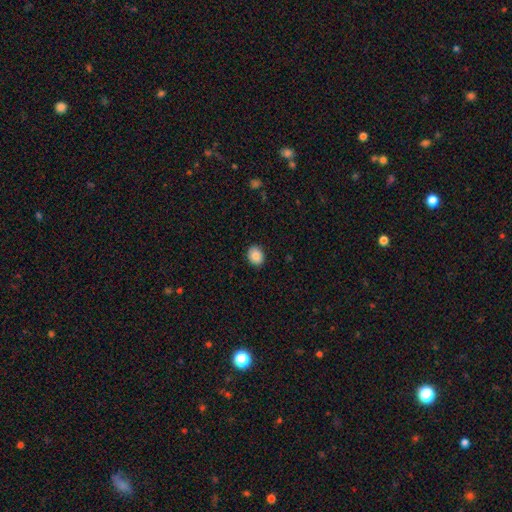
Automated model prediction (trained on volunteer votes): Smooth or featured? smooth (87%)
How rounded? round (54%)
Merging? none (90%)